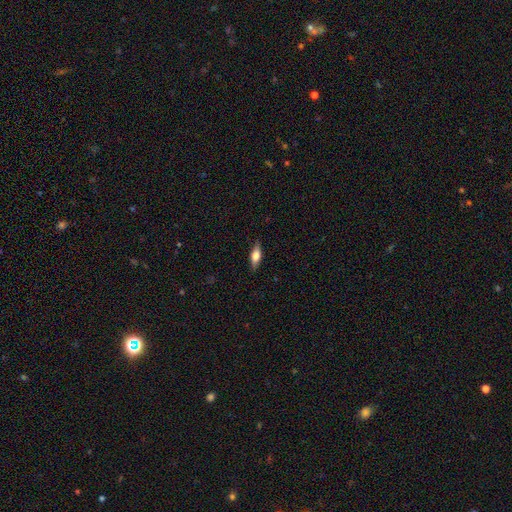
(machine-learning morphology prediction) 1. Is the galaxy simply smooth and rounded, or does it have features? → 50% smooth, 43% featured or disk, 7% star or artifact.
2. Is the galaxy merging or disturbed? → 86% none, 11% minor disturbance, 2% major disturbance, 1% merger.